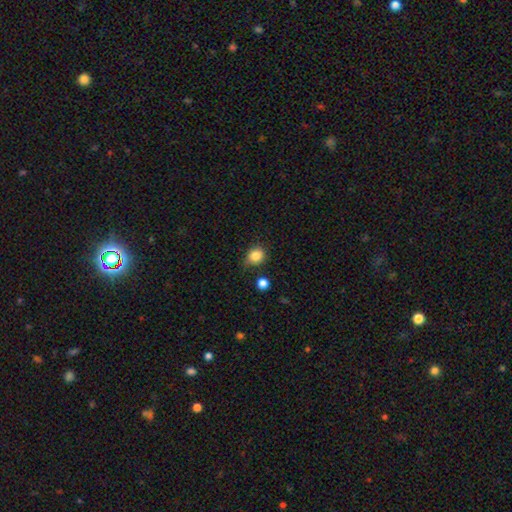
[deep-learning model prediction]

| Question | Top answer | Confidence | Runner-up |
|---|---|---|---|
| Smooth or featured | smooth | 84% | star or artifact (11%) |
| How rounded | round | 80% | in between (19%) |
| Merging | none | 71% | minor disturbance (20%) |